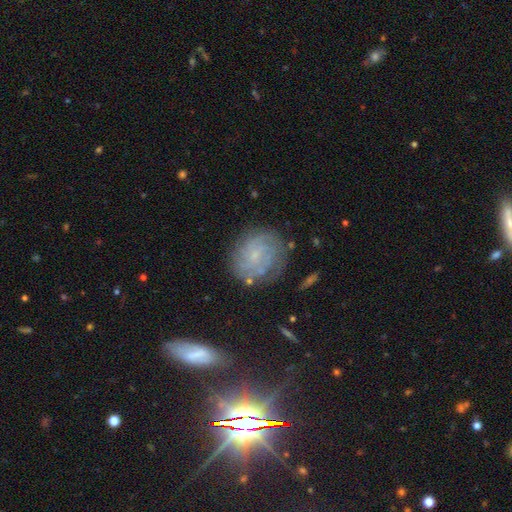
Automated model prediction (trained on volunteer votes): A featured or disk galaxy (68%) with no bar (67%), tight (65%) spiral arms (89%) and a small central bulge (71%).

Vote fractions:
- Smooth or featured? featured or disk: 68% / smooth: 22% / star or artifact: 10%
- Edge-on disk? no: 97% / yes: 3%
- Bar? no: 67% / weak: 29% / strong: 5%
- Spiral arms? yes: 89% / no: 11%
- Spiral winding? tight: 65% / medium: 26% / loose: 9%
- Spiral arm count? can't tell: 44% / 2: 18% / 3: 15% / 4: 12% / more than 4: 6% / 1: 5%
- Bulge size? small: 71% / none: 16% / moderate: 10% / large: 1% / dominant: 1%
- Merging? none: 73% / minor disturbance: 17% / major disturbance: 7% / merger: 3%